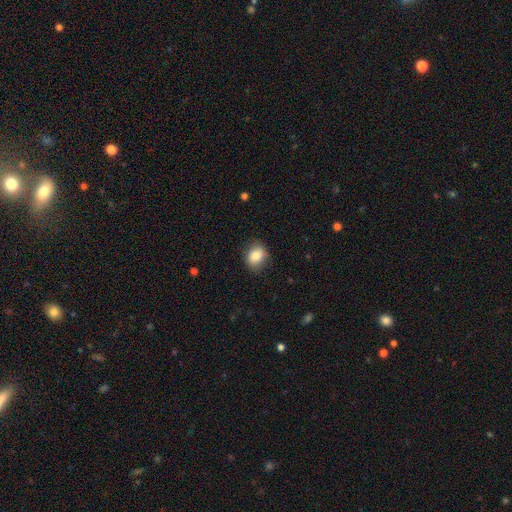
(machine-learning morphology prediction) This is clearly a smooth galaxy (83%). How rounded: possibly round (52%). Merging: clearly none (81%).